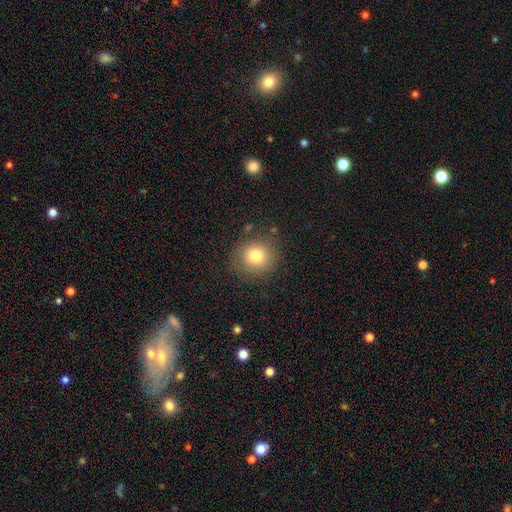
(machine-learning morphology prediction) Smooth or featured? Predicted: smooth (p=0.77). How rounded? Predicted: round (p=0.88). Merging? Predicted: none (p=0.84).